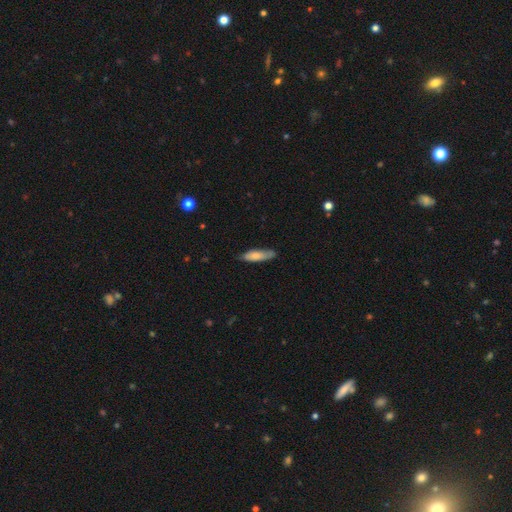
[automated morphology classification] The model was most divided on "how rounded": cigar-shaped: 60%, in between: 39%, round: 2%. More confident: merging — none (72%); smooth or featured — smooth (71%).